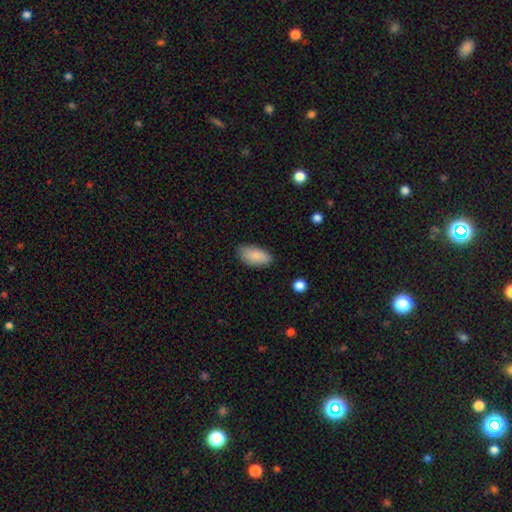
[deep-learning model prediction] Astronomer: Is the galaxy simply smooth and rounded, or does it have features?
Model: smooth — 88%.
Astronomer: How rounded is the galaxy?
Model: in between — 92%.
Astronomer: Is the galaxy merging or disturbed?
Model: none — 79%.